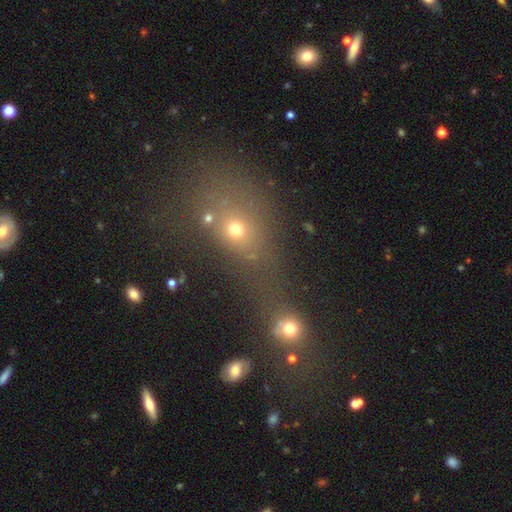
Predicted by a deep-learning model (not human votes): smooth 50%, star or artifact 35%, featured or disk 16%. Down the decision tree: merging — merger (58%).